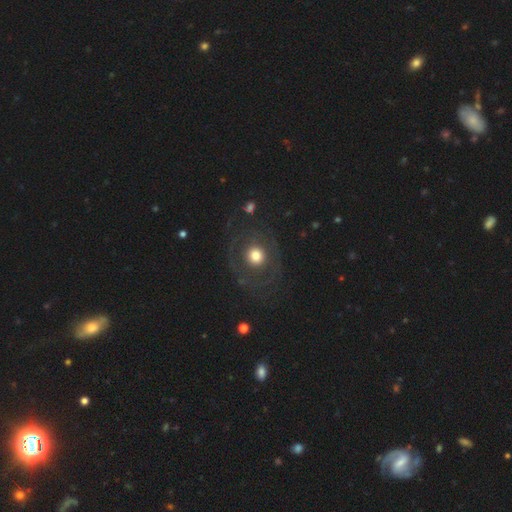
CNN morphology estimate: Q: Smooth or featured?
A: smooth (49%); runner-up: featured or disk (41%)
Q: Merging?
A: none (75%); runner-up: major disturbance (12%)